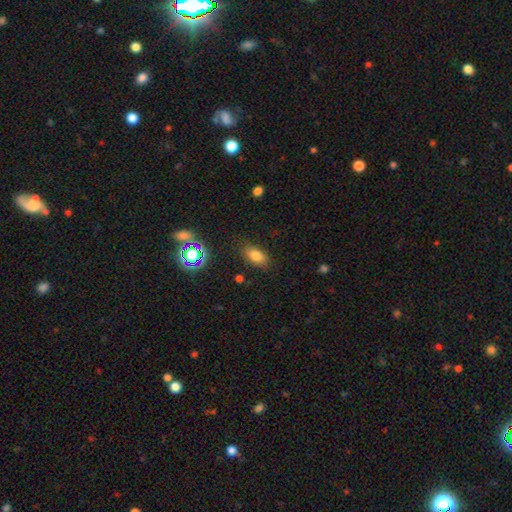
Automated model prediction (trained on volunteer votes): This is likely a smooth galaxy (78%). How rounded: clearly in between (87%). Merging: clearly none (82%).